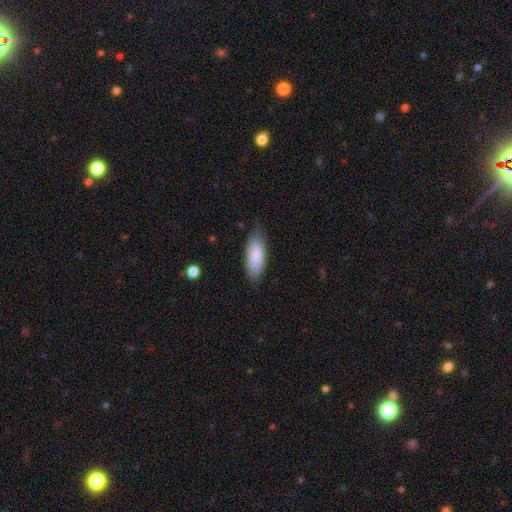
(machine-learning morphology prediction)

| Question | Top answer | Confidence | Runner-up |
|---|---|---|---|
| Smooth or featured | smooth | 84% | featured or disk (11%) |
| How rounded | in between | 78% | cigar-shaped (20%) |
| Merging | none | 79% | minor disturbance (17%) |